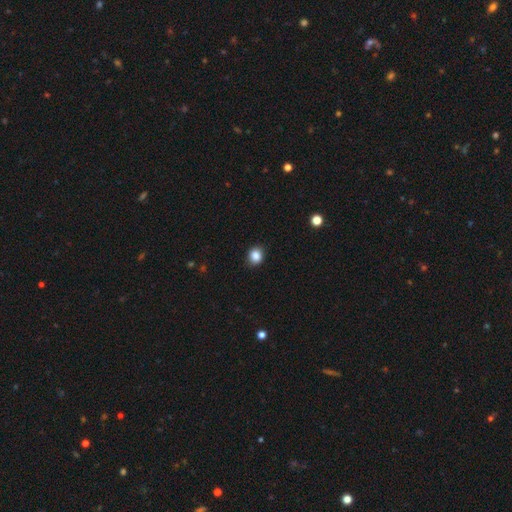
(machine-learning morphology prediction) Smooth or featured?
  - smooth: 86% *
  - star or artifact: 10%
  - featured or disk: 4%
How rounded?
  - round: 71% *
  - in between: 28%
  - cigar-shaped: 1%
Merging?
  - none: 85% *
  - minor disturbance: 11%
  - major disturbance: 2%
  - merger: 1%